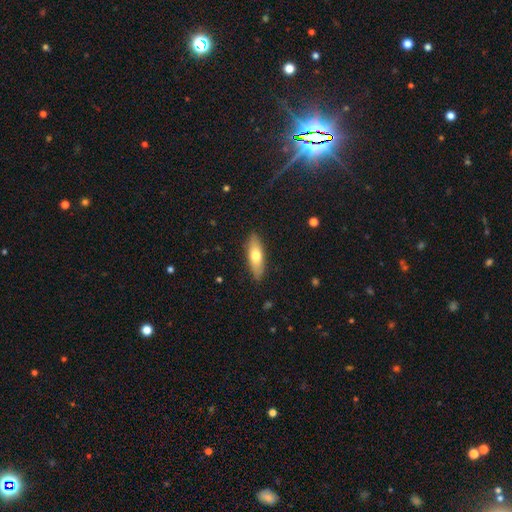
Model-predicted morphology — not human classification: smooth_or_featured: smooth (p=0.67) [alt: featured or disk p=0.27]
how_rounded: in between (p=0.54) [alt: cigar-shaped p=0.43]
merging: none (p=0.87) [alt: minor disturbance p=0.09]